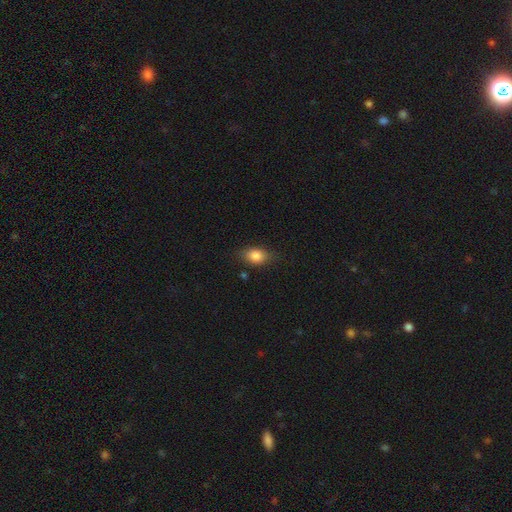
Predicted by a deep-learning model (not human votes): This appears to be a smooth galaxy with no disk features (83%) that is in between round and cigar-shaped (75%). Merging: none (75%).